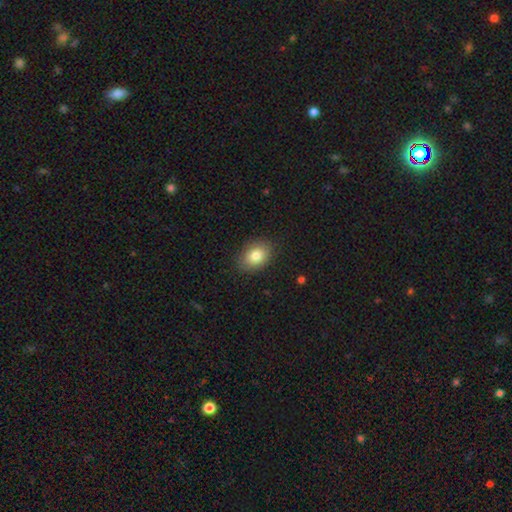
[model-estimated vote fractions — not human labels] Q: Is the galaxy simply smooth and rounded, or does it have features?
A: smooth — 83%.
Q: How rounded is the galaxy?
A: in between — 76%.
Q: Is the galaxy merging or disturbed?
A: none — 86%.